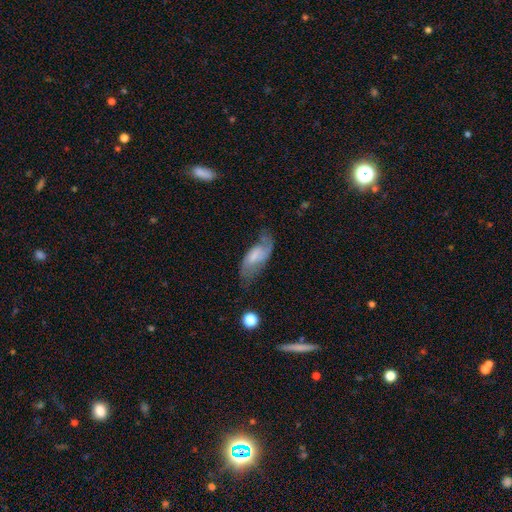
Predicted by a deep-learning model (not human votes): Q: Smooth or featured?
A: featured or disk (48%); runner-up: smooth (44%)
Q: Merging?
A: none (48%); runner-up: minor disturbance (29%)